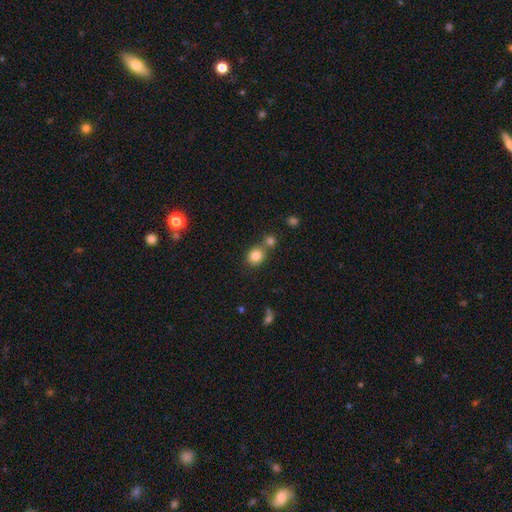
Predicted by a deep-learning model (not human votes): A smooth galaxy with no disk features (83%) that is round (77%). Merging: none (60%).